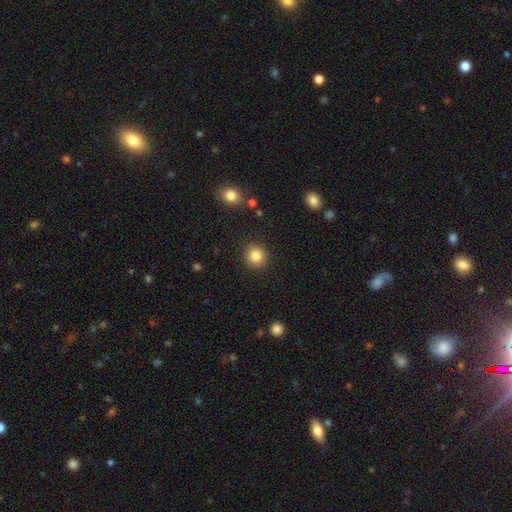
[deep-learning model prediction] smooth-or-featured: smooth: 85% | star or artifact: 10% | featured or disk: 5%
  how-rounded: round: 89% | in between: 10% | cigar-shaped: 1%
  merging: none: 90% | minor disturbance: 6% | major disturbance: 2% | merger: 1%